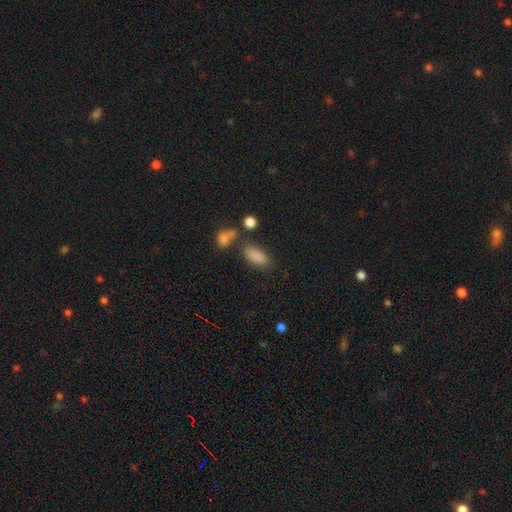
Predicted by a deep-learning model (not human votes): A smooth galaxy with no disk features (80%) that is in between round and cigar-shaped (84%). Merging: none (64%).